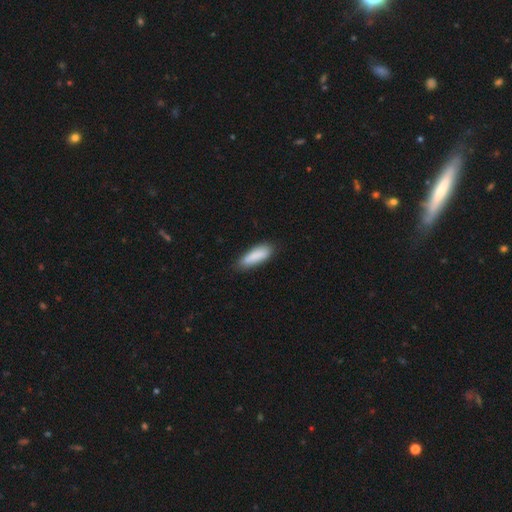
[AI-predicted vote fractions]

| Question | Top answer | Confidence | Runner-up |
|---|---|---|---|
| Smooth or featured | smooth | 87% | featured or disk (7%) |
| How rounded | in between | 54% | cigar-shaped (44%) |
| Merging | none | 77% | minor disturbance (19%) |